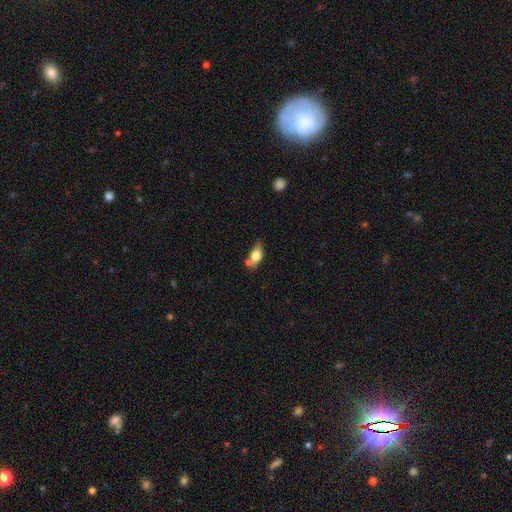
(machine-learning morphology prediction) Smooth or featured? Predicted: smooth (p=0.72). How rounded? Predicted: in between (p=0.81). Merging? Predicted: none (p=0.48).